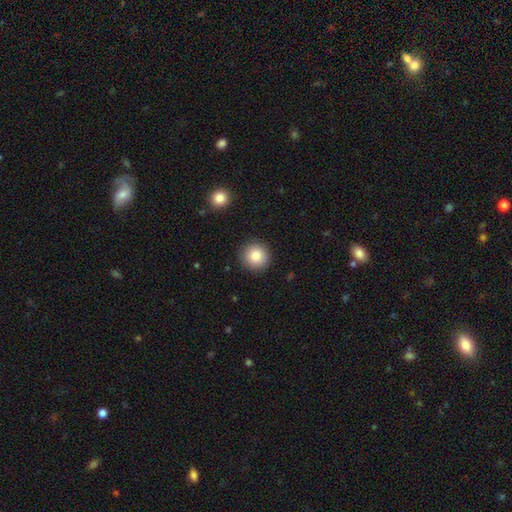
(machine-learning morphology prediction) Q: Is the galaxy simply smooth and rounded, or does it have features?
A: smooth — 84%.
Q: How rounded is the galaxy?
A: round — 94%.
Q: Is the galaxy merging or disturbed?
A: none — 91%.